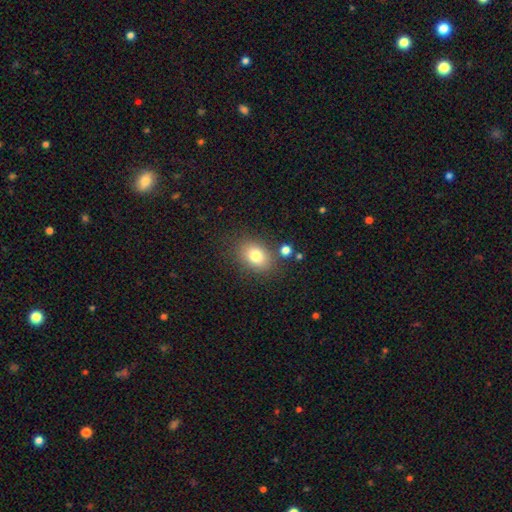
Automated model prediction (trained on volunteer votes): This is likely a smooth galaxy (78%). How rounded: likely in between (64%). Merging: likely none (79%).